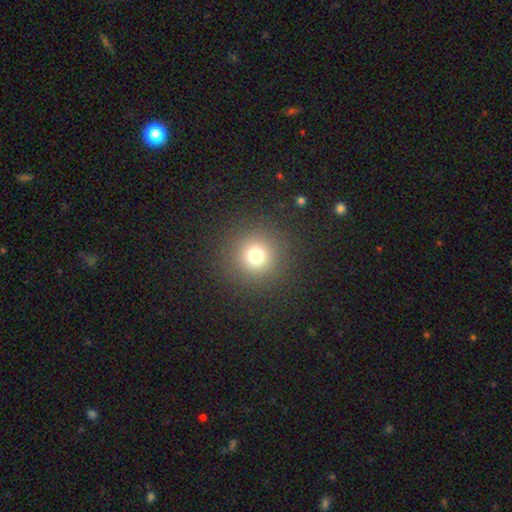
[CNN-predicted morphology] Smooth or featured: smooth — 73% (star or artifact — 18%)
How rounded: round — 96% (in between — 3%)
Merging: none — 90% (minor disturbance — 5%)